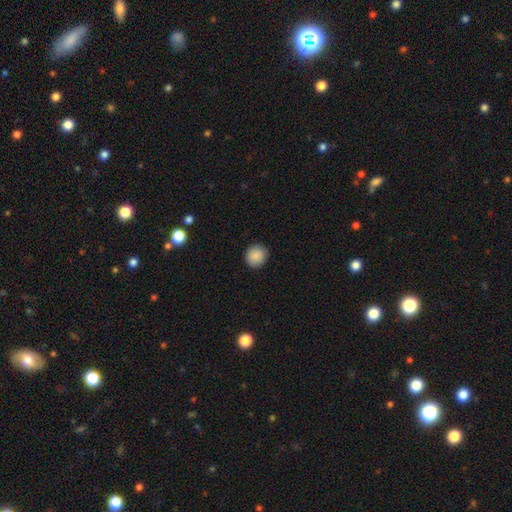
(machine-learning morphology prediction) smooth_or_featured: smooth (p=0.89) [alt: star or artifact p=0.08]
how_rounded: round (p=0.86) [alt: in between p=0.13]
merging: none (p=0.91) [alt: minor disturbance p=0.07]